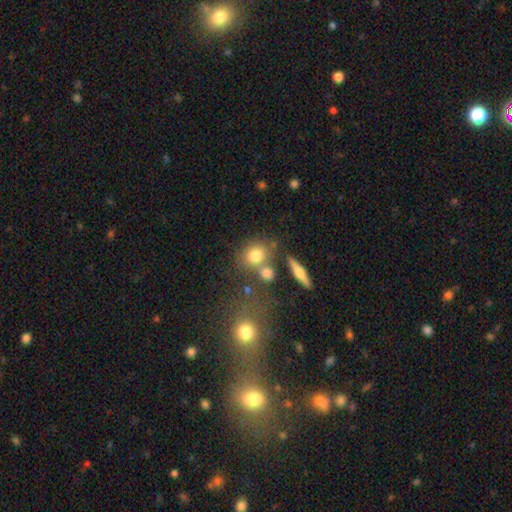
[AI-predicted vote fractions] A smooth galaxy with no disk features (74%) that is round (67%).

Vote fractions:
- Smooth or featured? smooth: 74% / featured or disk: 14% / star or artifact: 12%
- How rounded? round: 67% / in between: 30% / cigar-shaped: 4%
- Merging? none: 59% / merger: 24% / minor disturbance: 12% / major disturbance: 5%